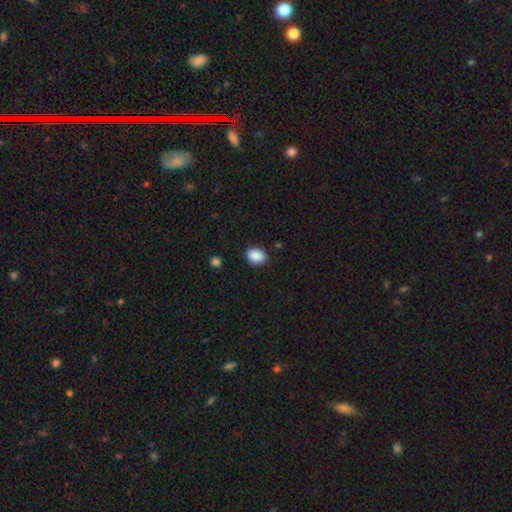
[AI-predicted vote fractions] smooth 89%, star or artifact 8%, featured or disk 3%. Down the decision tree: how rounded — in between (54%); merging — none (86%).